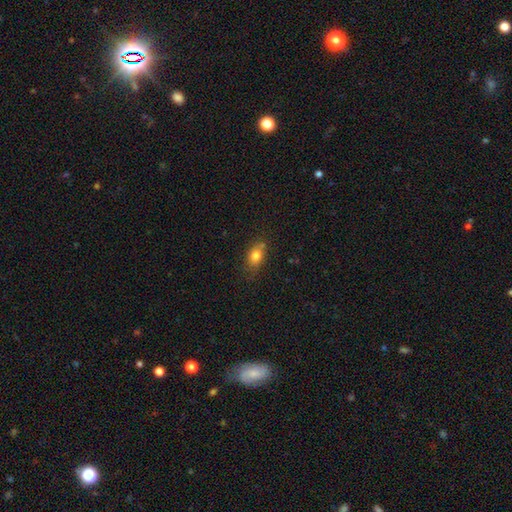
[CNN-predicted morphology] A smooth galaxy with no disk features (80%) that is in between round and cigar-shaped (72%). Merging: none (69%).